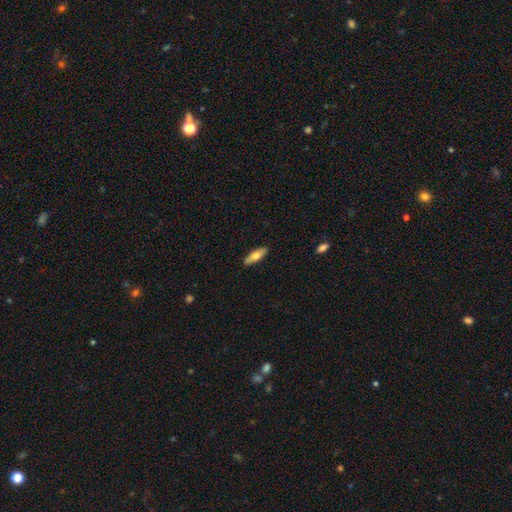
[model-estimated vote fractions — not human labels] This appears to be a smooth galaxy with no disk features (65%) that is in between round and cigar-shaped (52%). Merging: none (89%).